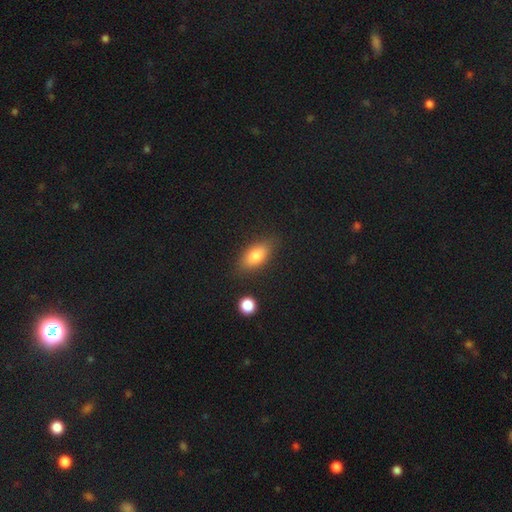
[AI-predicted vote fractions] Morphology: type=smooth (80%); roundness=in between (85%); merging=none (80%).